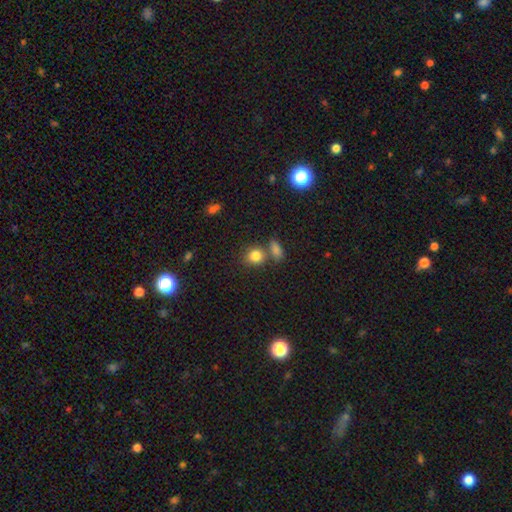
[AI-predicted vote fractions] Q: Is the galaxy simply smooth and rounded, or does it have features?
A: smooth — 83%.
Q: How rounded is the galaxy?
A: round — 69%.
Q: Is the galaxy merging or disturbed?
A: none — 59%.